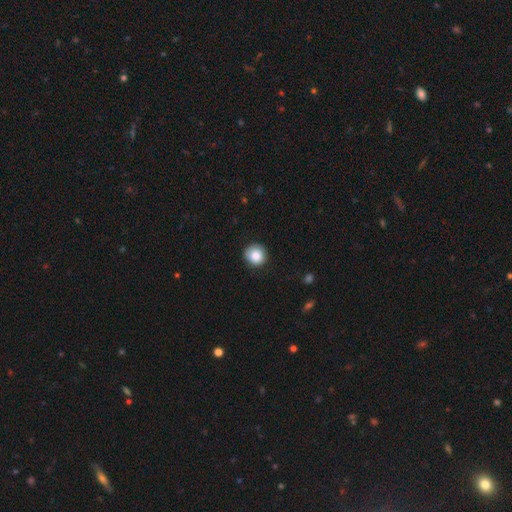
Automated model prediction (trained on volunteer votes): A smooth galaxy with no disk features (86%) that is round (93%).

Vote fractions:
- Smooth or featured? smooth: 86% / star or artifact: 9% / featured or disk: 5%
- How rounded? round: 93% / in between: 6% / cigar-shaped: 1%
- Merging? none: 86% / minor disturbance: 10% / major disturbance: 2% / merger: 1%